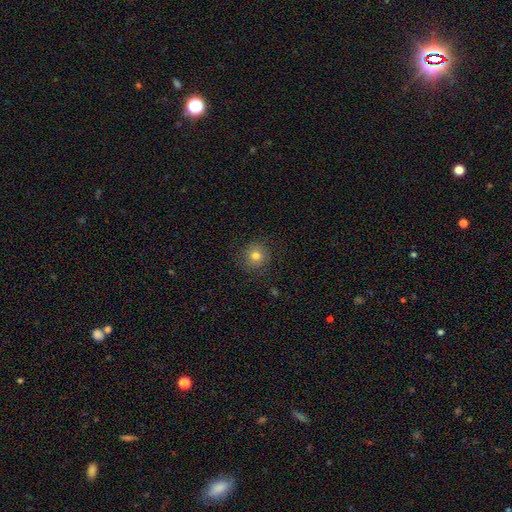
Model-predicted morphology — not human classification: A smooth galaxy with no disk features (77%) that is round (92%). Merging: none (85%).